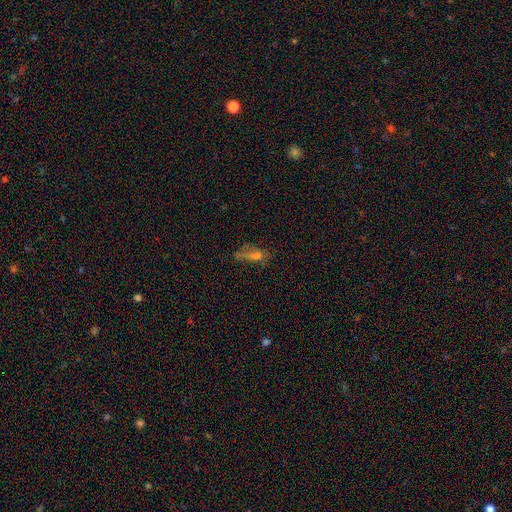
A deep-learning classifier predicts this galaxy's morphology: Overall: smooth (39%; star or artifact 31%). Merging: none (50%; minor disturbance 23%).